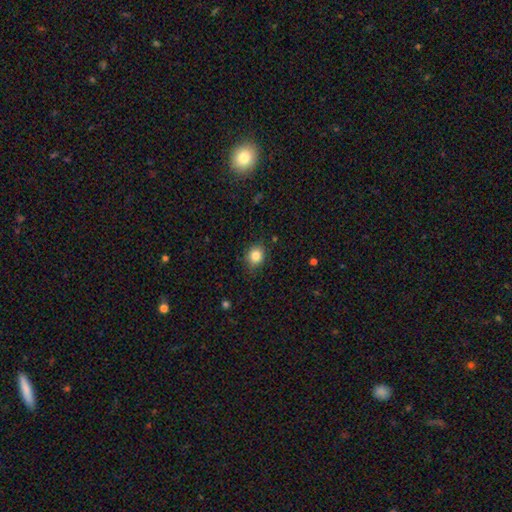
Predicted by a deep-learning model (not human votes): Smooth or featured? Predicted: smooth (p=0.84). How rounded? Predicted: round (p=0.69). Merging? Predicted: none (p=0.82).